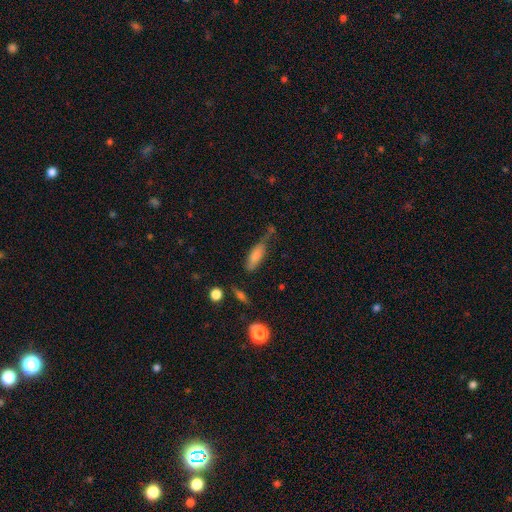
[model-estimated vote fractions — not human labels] Smooth or featured? Predicted: smooth (p=0.76). How rounded? Predicted: in between (p=0.60). Merging? Predicted: minor disturbance (p=0.35, tied with none).